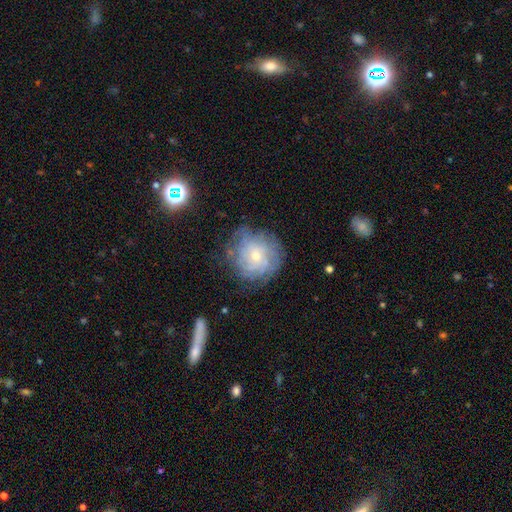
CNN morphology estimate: featured or disk 67%, smooth 22%, star or artifact 10%. Down the decision tree: edge-on disk — no (97%); bar — no (80%); spiral arms — yes (86%); spiral arm count — can't tell (53%); spiral winding — tight (72%); bulge size — small (70%); merging — none (74%).